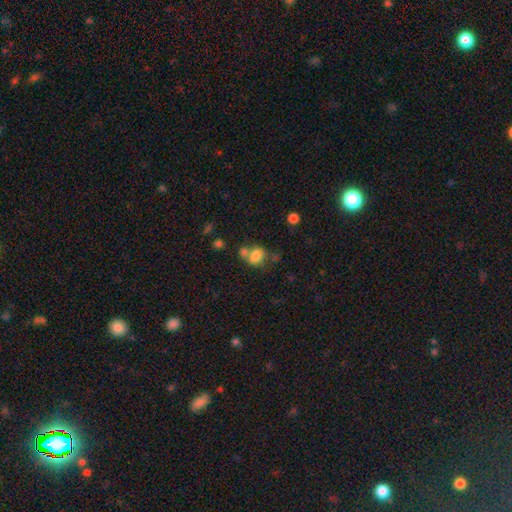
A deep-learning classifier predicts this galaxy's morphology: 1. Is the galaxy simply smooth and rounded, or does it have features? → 78% smooth, 11% star or artifact, 11% featured or disk.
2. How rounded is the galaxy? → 60% in between, 39% round, 1% cigar-shaped.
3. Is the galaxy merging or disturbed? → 41% none, 38% merger, 15% minor disturbance, 7% major disturbance.